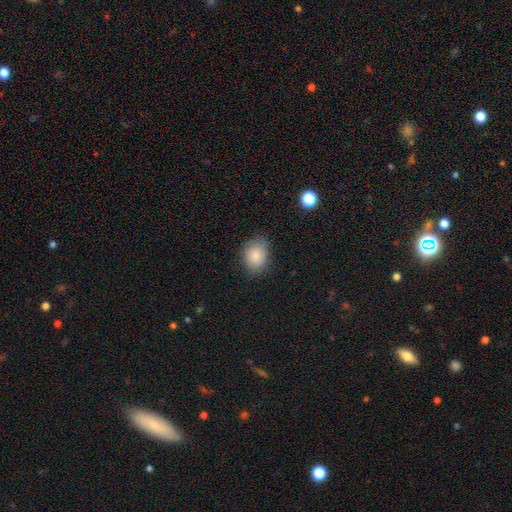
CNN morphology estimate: A smooth galaxy with no disk features (84%) that is in between round and cigar-shaped (59%).

Vote fractions:
- Smooth or featured? smooth: 84% / star or artifact: 8% / featured or disk: 7%
- How rounded? in between: 59% / round: 40% / cigar-shaped: 1%
- Merging? none: 77% / minor disturbance: 18% / major disturbance: 4% / merger: 1%